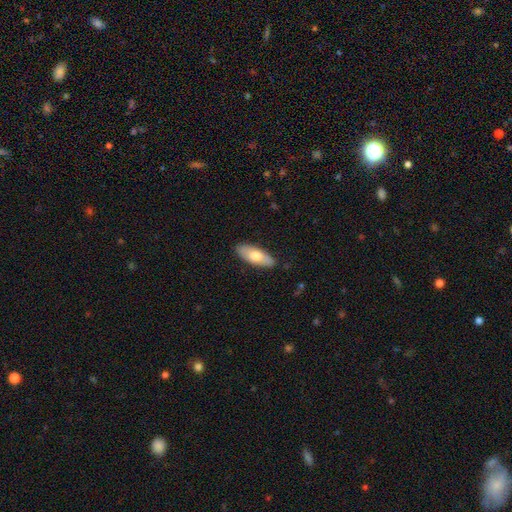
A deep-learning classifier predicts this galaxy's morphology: Overall: smooth (71%). How rounded: in between (76%). Merging: none (86%).